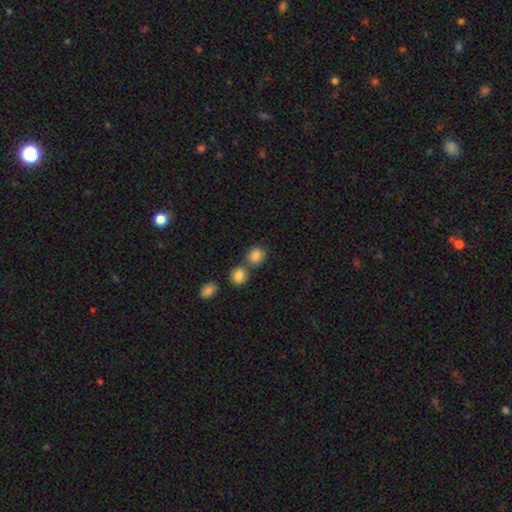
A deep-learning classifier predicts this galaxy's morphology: This appears to be a smooth galaxy with no disk features (84%) that is round (77%). Merging: none (55%).